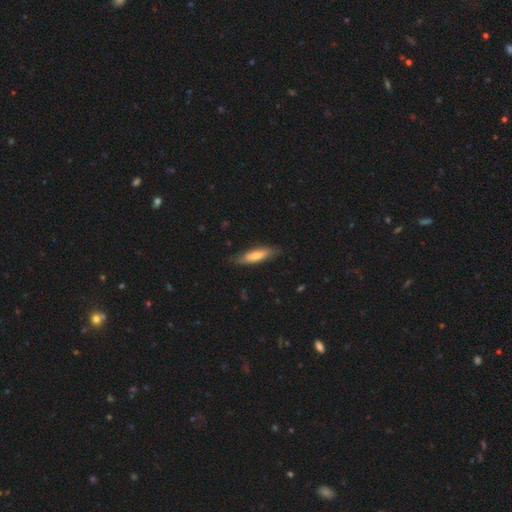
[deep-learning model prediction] This appears to be a smooth galaxy with no disk features (68%) that is cigar-shaped (64%). Merging: none (77%).